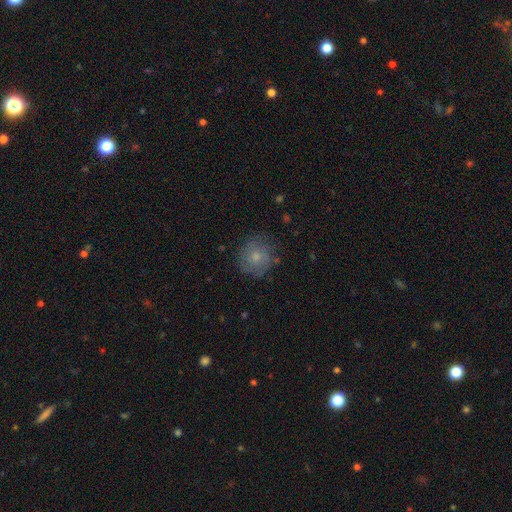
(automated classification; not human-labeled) This appears to be a smooth galaxy with no disk features (58%) that is round (87%). Merging: none (76%).